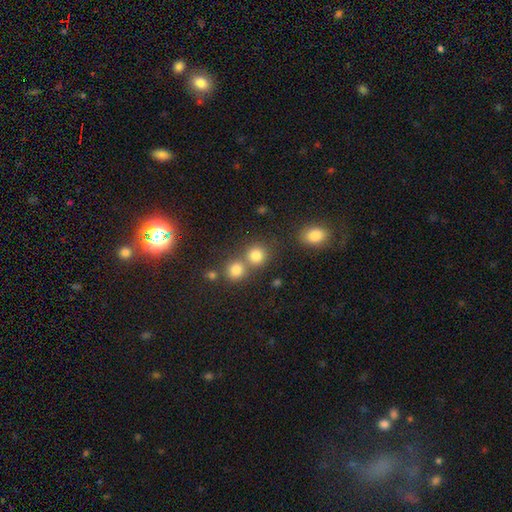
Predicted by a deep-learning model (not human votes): This is likely a smooth galaxy (80%). How rounded: clearly round (87%). Merging: possibly none (56%).